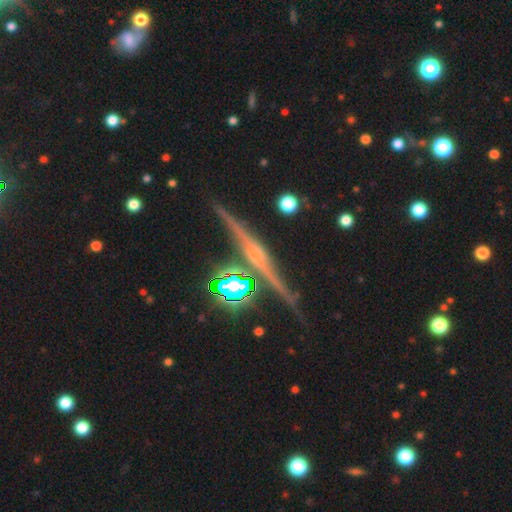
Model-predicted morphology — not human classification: The model was most divided on "edge-on bulge": rounded: 54%, boxy: 27%, none: 19%. More confident: edge-on disk — yes (97%); merging — none (84%); smooth or featured — featured or disk (80%).